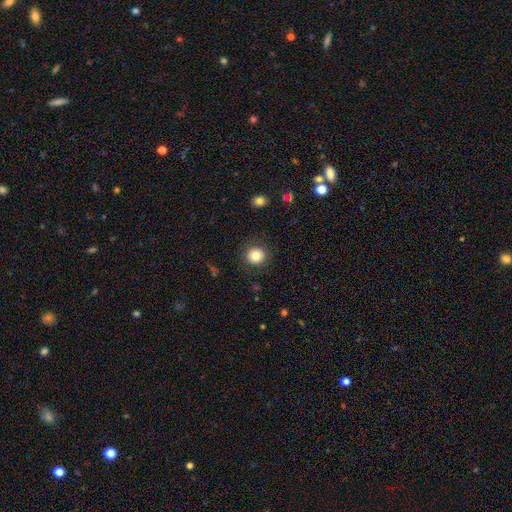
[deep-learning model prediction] Smooth or featured? smooth (81%)
How rounded? round (91%)
Merging? none (89%)